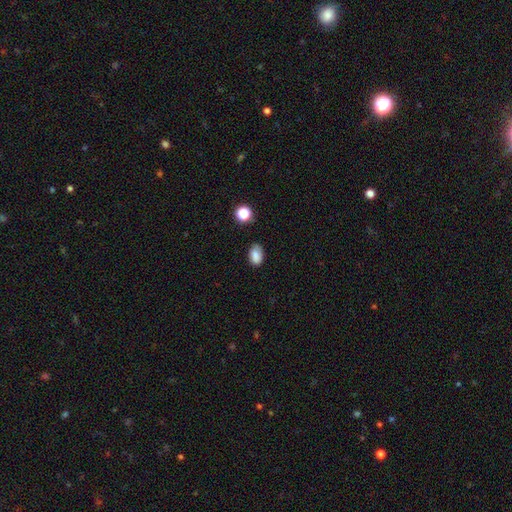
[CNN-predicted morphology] smooth 84%, star or artifact 10%, featured or disk 6%. Down the decision tree: how rounded — in between (88%); merging — none (76%).